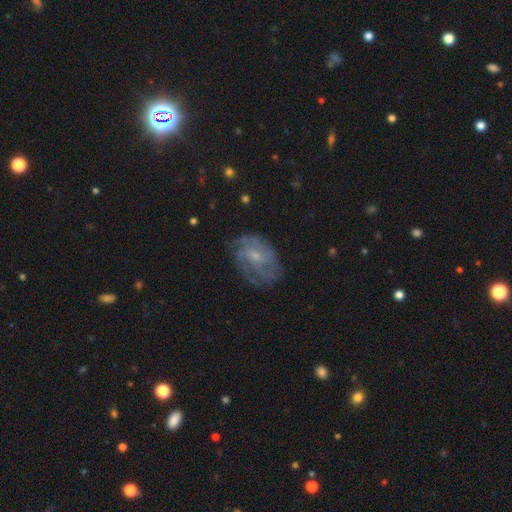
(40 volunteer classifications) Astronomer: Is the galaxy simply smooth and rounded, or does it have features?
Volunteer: featured or disk — 78%.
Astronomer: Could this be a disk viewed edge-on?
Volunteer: no — 100%.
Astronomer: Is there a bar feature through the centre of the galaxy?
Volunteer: weak — 55%.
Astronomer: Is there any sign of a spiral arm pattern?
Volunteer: yes — 87%.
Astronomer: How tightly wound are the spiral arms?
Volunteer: medium — 52% (runner-up: tight, 44%).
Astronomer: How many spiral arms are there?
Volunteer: can't tell — 48% (runner-up: 3, 33%).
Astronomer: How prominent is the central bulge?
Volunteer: small — 68%.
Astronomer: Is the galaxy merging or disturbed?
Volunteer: none — 70%.